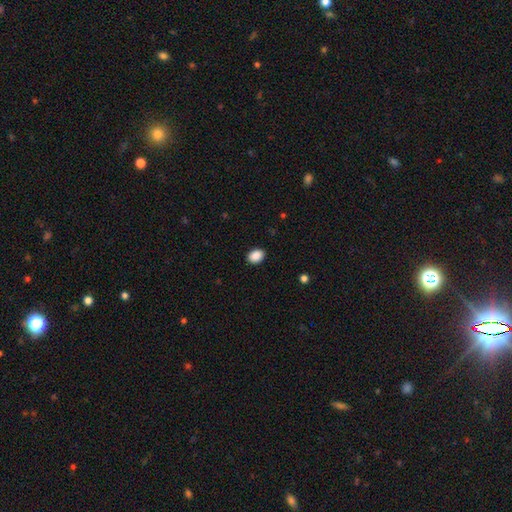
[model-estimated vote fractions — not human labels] Morphology: type=smooth (90%); roundness=in between (73%); merging=none (90%).